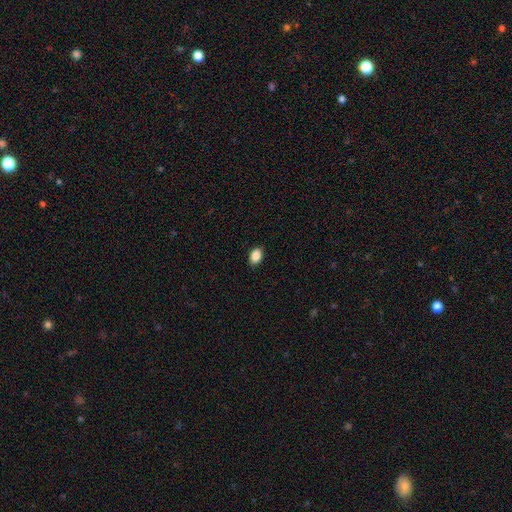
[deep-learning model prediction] smooth 88%, star or artifact 8%, featured or disk 4%. Down the decision tree: how rounded — in between (85%); merging — none (88%).